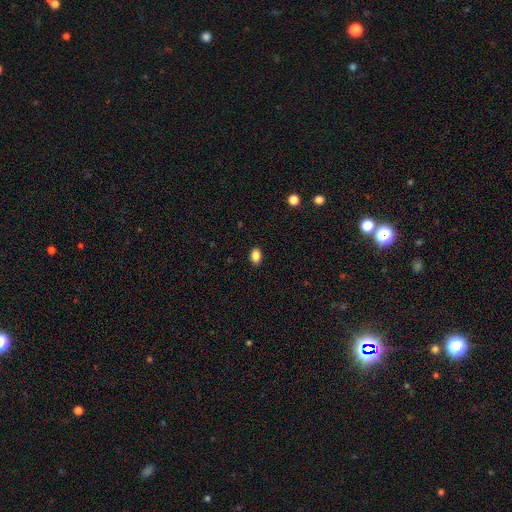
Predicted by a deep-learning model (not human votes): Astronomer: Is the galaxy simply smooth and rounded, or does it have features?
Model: smooth — 86%.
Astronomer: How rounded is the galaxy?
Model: in between — 80%.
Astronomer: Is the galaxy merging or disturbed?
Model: none — 89%.